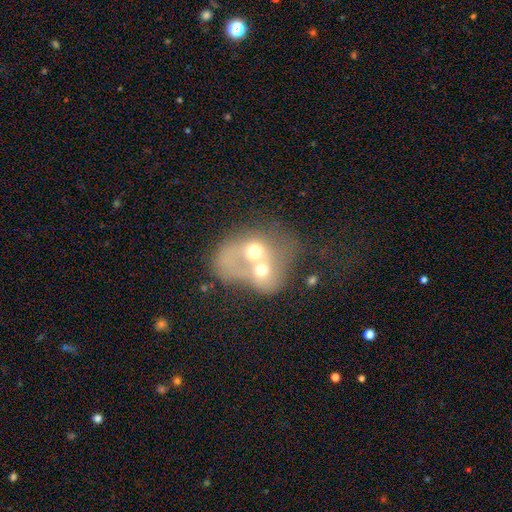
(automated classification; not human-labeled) Overall: smooth (44%, tied with featured or disk). Merging: merger (80%).